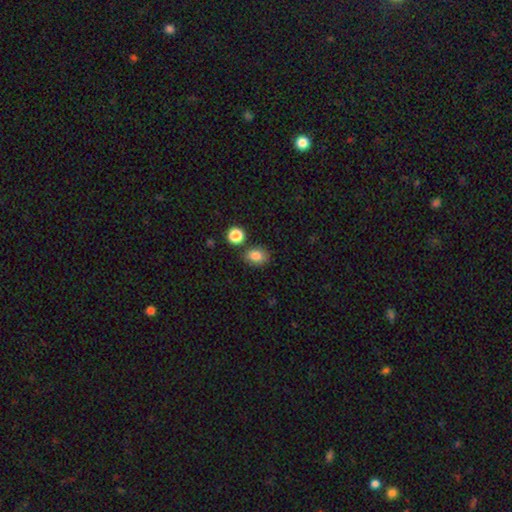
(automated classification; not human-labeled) Q: Smooth or featured?
A: smooth (83%); runner-up: star or artifact (10%)
Q: How rounded?
A: in between (62%); runner-up: round (37%)
Q: Merging?
A: none (76%); runner-up: minor disturbance (13%)